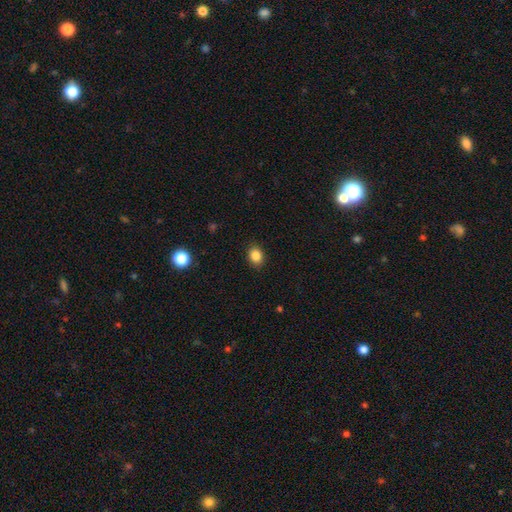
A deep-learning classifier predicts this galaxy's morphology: This appears to be a smooth galaxy with no disk features (86%) that is in between round and cigar-shaped (51%). Merging: none (89%).